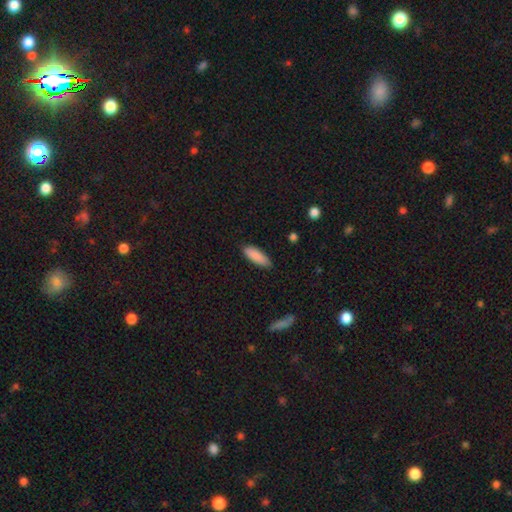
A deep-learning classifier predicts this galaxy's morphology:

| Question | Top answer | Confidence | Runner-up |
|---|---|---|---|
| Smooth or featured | smooth | 89% | star or artifact (6%) |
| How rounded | in between | 63% | cigar-shaped (36%) |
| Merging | none | 84% | minor disturbance (13%) |